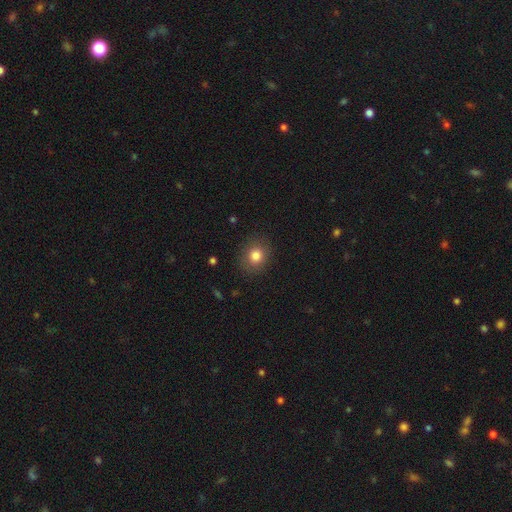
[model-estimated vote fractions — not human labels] smooth-or-featured: smooth: 82% | star or artifact: 10% | featured or disk: 8%
  how-rounded: round: 70% | in between: 29% | cigar-shaped: 1%
  merging: none: 86% | minor disturbance: 10% | major disturbance: 3% | merger: 1%